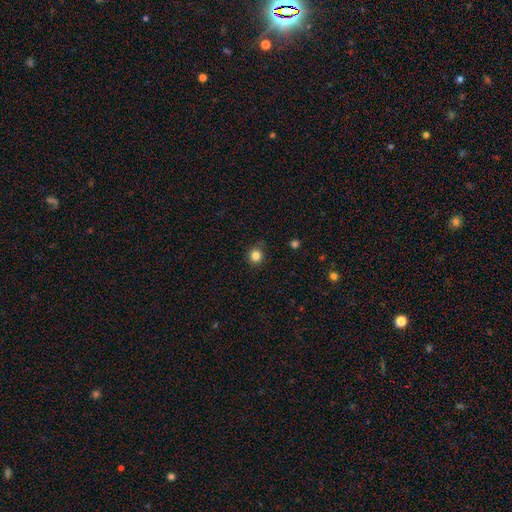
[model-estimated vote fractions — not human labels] smooth_or_featured: smooth (p=0.83) [alt: star or artifact p=0.12]
how_rounded: round (p=0.90) [alt: in between p=0.09]
merging: none (p=0.84) [alt: minor disturbance p=0.12]